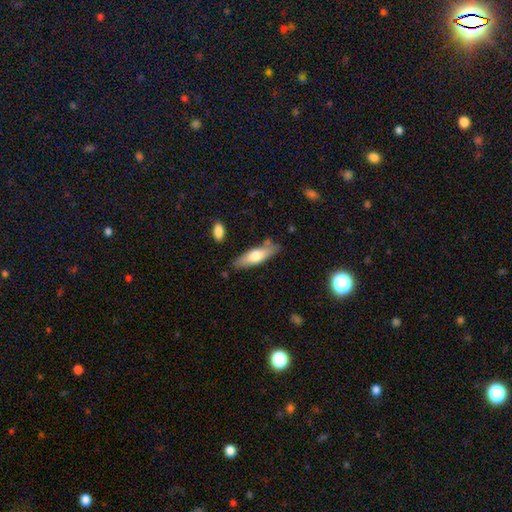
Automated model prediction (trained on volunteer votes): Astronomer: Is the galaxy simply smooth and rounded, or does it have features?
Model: smooth — 62%.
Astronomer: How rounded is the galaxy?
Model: cigar-shaped — 57% (runner-up: in between, 41%).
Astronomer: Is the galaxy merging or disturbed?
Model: none — 78%.